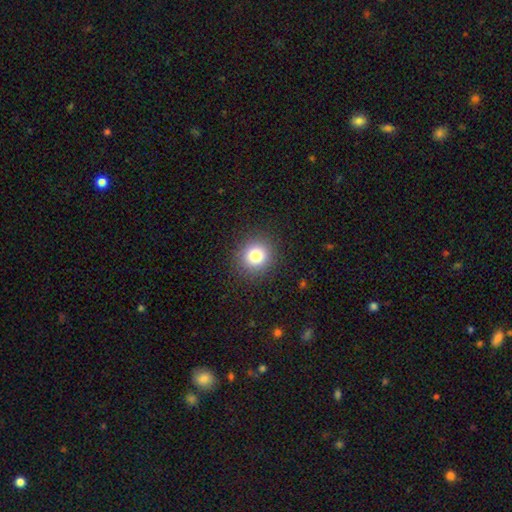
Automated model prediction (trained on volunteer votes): Overall: smooth (80%). How rounded: round (91%). Merging: none (90%).